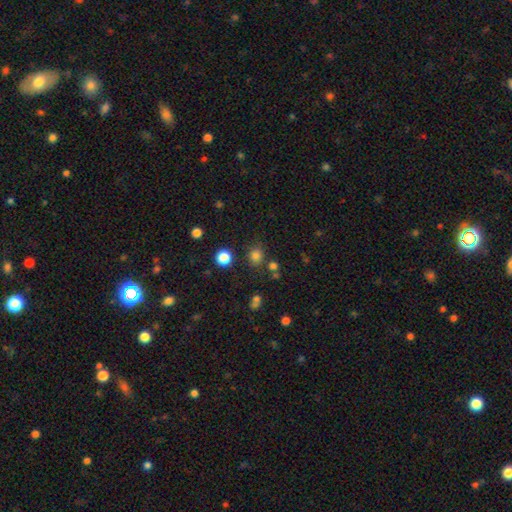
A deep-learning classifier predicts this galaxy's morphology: A smooth galaxy with no disk features (77%) that is round (76%).

Vote fractions:
- Smooth or featured? smooth: 77% / star or artifact: 17% / featured or disk: 5%
- How rounded? round: 76% / in between: 23% / cigar-shaped: 1%
- Merging? none: 79% / minor disturbance: 10% / merger: 6% / major disturbance: 4%